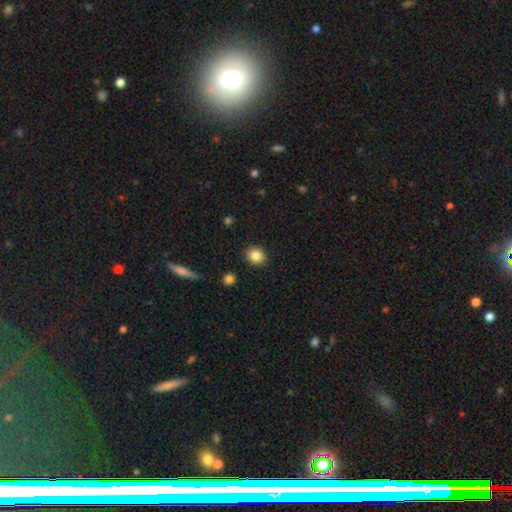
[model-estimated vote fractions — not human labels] This is clearly a smooth galaxy (85%). How rounded: likely round (70%). Merging: clearly none (90%).